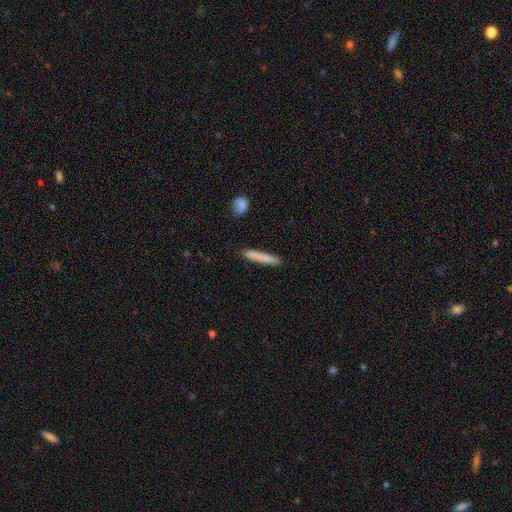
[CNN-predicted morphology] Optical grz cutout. It shows a smooth galaxy with no disk features (78%) that is cigar-shaped (96%). Merging: none (90%).